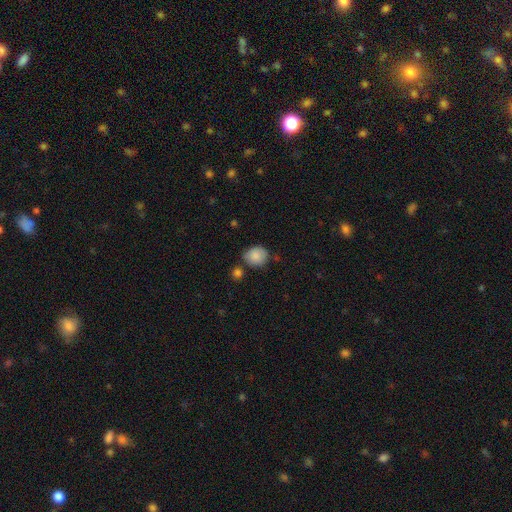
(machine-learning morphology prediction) Q: Smooth or featured?
A: smooth (87%); runner-up: star or artifact (8%)
Q: How rounded?
A: round (71%); runner-up: in between (28%)
Q: Merging?
A: none (68%); runner-up: minor disturbance (19%)